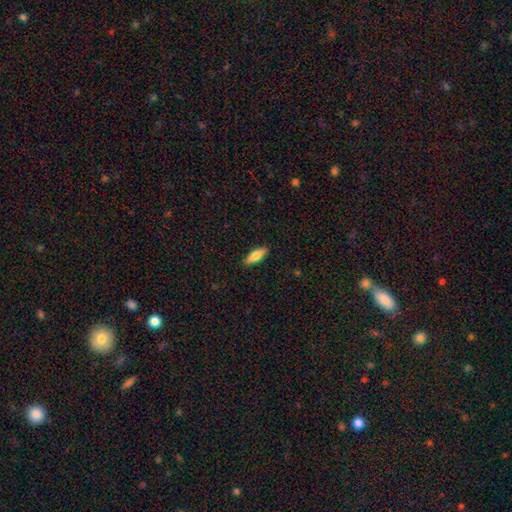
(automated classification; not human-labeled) Morphology: type=smooth (73%); roundness=in between (53%); merging=none (89%).